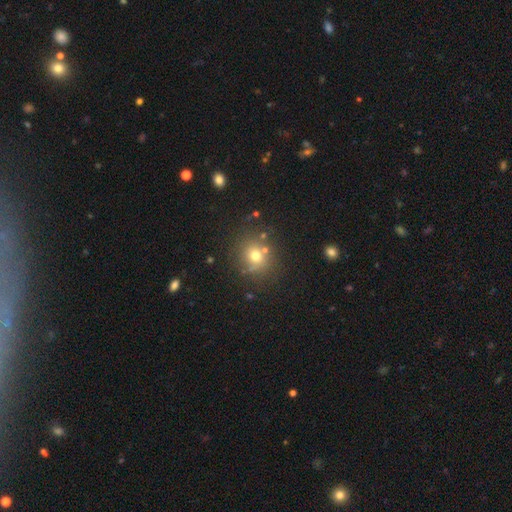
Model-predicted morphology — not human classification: Q: Smooth or featured?
A: smooth (69%); runner-up: star or artifact (18%)
Q: How rounded?
A: round (81%); runner-up: in between (18%)
Q: Merging?
A: none (75%); runner-up: minor disturbance (12%)